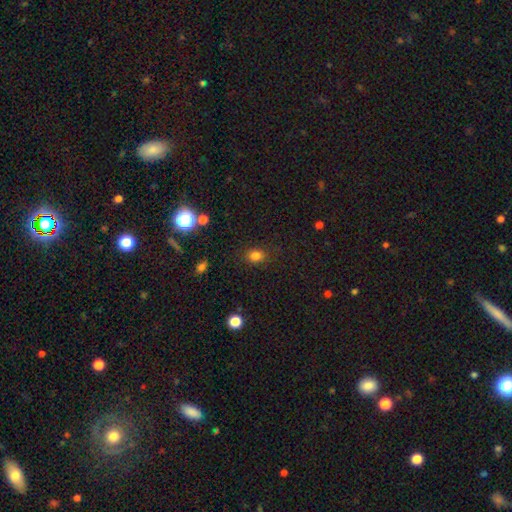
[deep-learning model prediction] smooth-or-featured: smooth: 80% | star or artifact: 15% | featured or disk: 5%
  how-rounded: round: 50% | in between: 49% | cigar-shaped: 1%
  merging: none: 85% | minor disturbance: 10% | major disturbance: 3% | merger: 2%